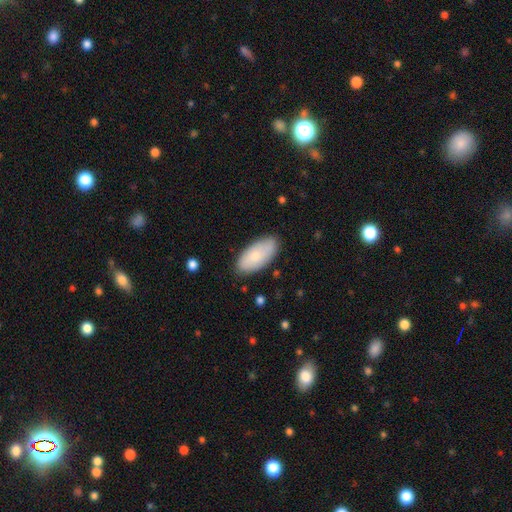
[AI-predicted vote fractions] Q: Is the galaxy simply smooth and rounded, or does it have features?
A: smooth — 75%.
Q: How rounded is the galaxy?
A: in between — 92%.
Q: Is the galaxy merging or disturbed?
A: none — 84%.